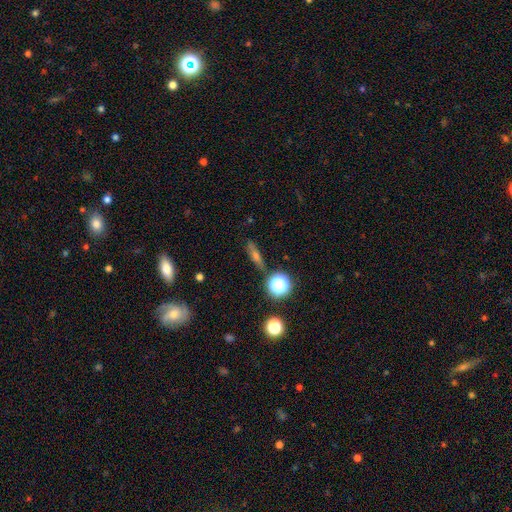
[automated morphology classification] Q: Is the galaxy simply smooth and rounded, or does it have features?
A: smooth — 39%.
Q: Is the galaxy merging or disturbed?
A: none — 82%.